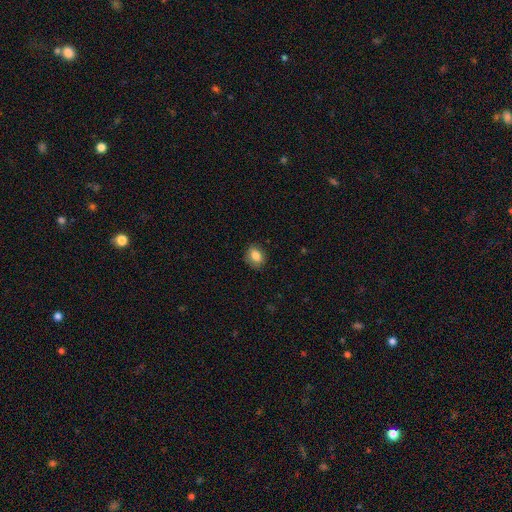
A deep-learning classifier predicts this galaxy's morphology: A smooth galaxy with no disk features (84%) that is in between round and cigar-shaped (51%).

Vote fractions:
- Smooth or featured? smooth: 84% / star or artifact: 9% / featured or disk: 7%
- How rounded? in between: 51% / round: 48% / cigar-shaped: 1%
- Merging? none: 84% / minor disturbance: 12% / major disturbance: 3% / merger: 1%